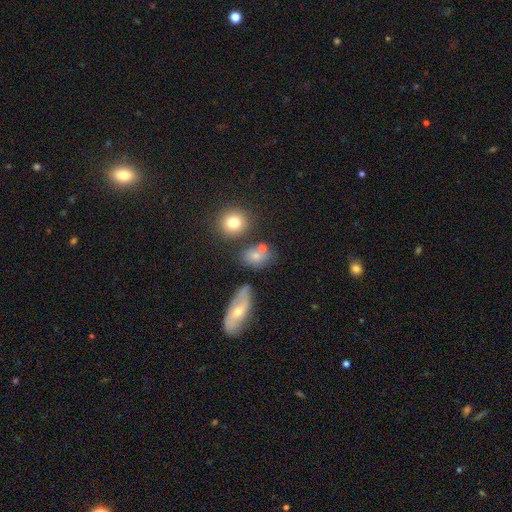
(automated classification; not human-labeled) Morphology: type=smooth (71%); roundness=in between (61%); merging=none (58%).